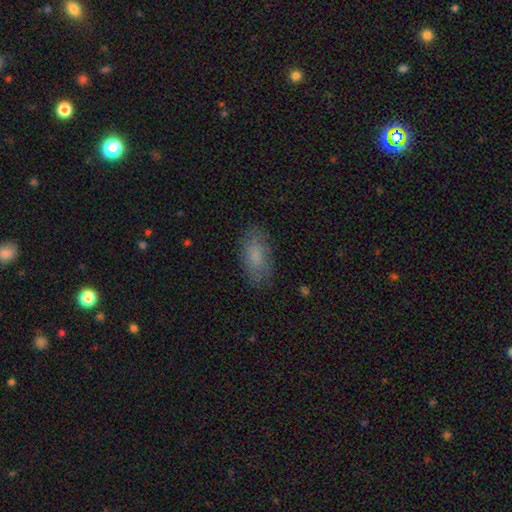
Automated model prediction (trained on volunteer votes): A smooth galaxy with no disk features (76%) that is in between round and cigar-shaped (89%).

Vote fractions:
- Smooth or featured? smooth: 76% / featured or disk: 16% / star or artifact: 8%
- How rounded? in between: 89% / cigar-shaped: 8% / round: 4%
- Merging? none: 81% / minor disturbance: 14% / major disturbance: 4% / merger: 1%